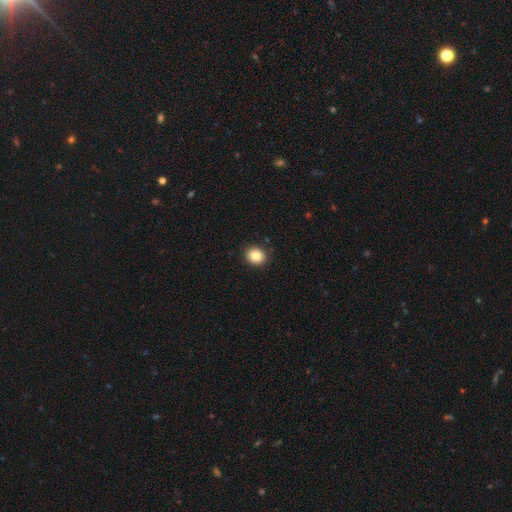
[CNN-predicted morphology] Q: Smooth or featured?
A: smooth (86%); runner-up: star or artifact (10%)
Q: How rounded?
A: round (74%); runner-up: in between (25%)
Q: Merging?
A: none (90%); runner-up: minor disturbance (7%)